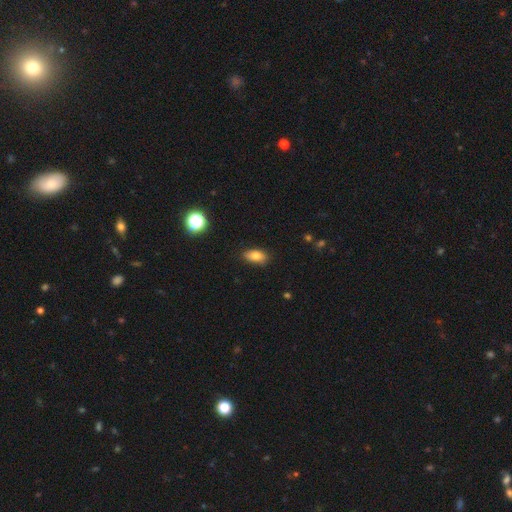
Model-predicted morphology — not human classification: Overall: smooth (81%). How rounded: in between (88%). Merging: none (84%).